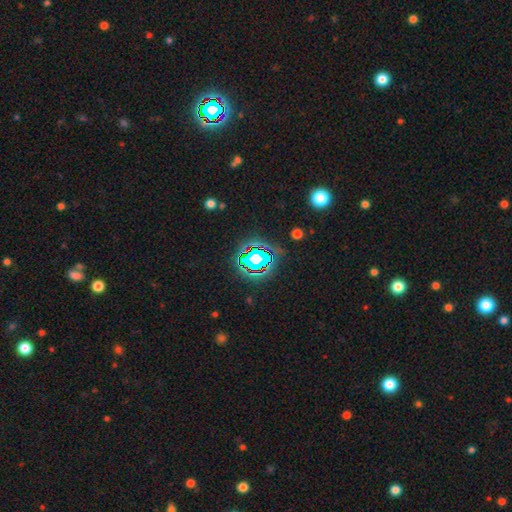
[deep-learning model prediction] Smooth or featured? Predicted: star or artifact (p=0.77).